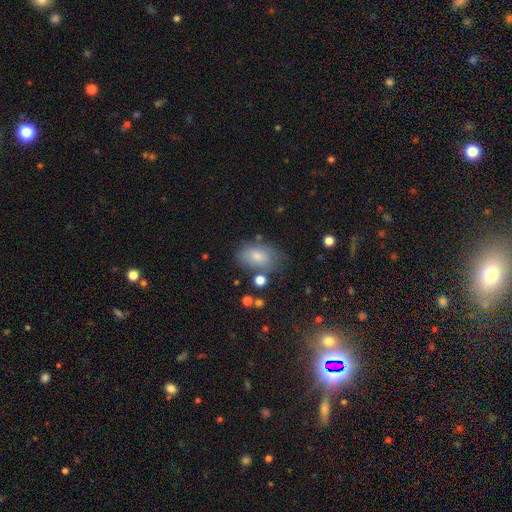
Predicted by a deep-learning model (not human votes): Smooth or featured?
  - smooth: 73% *
  - featured or disk: 15%
  - star or artifact: 12%
How rounded?
  - in between: 86% *
  - round: 12%
  - cigar-shaped: 2%
Merging?
  - none: 67% *
  - minor disturbance: 21%
  - major disturbance: 7%
  - merger: 5%